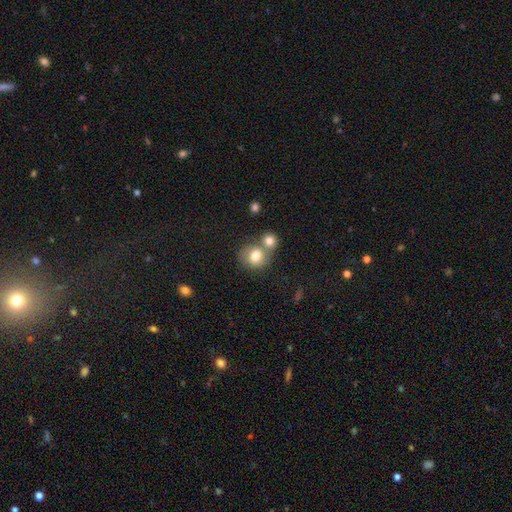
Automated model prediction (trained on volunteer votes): smooth-or-featured: smooth: 77% | featured or disk: 14% | star or artifact: 9%
  how-rounded: round: 77% | in between: 22% | cigar-shaped: 1%
  merging: merger: 47% | none: 40% | minor disturbance: 9% | major disturbance: 4%